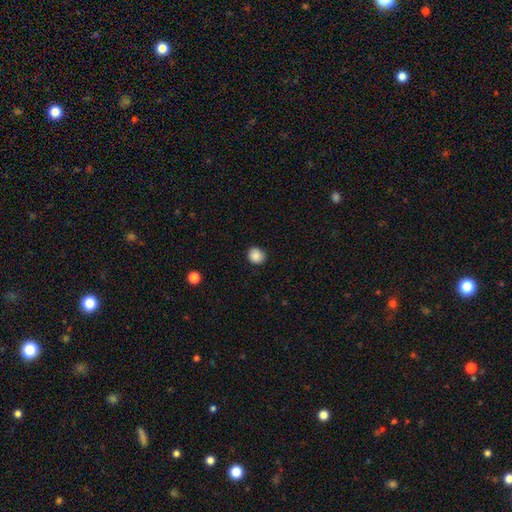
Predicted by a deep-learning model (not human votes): smooth_or_featured: smooth (p=0.88) [alt: star or artifact p=0.09]
how_rounded: round (p=0.84) [alt: in between p=0.15]
merging: none (p=0.87) [alt: minor disturbance p=0.10]